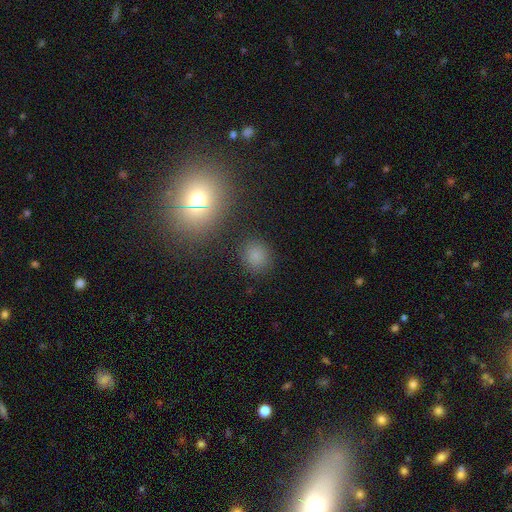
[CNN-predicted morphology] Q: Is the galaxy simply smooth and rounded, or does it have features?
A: smooth — 77%.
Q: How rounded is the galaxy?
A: round — 81%.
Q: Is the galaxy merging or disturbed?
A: none — 86%.